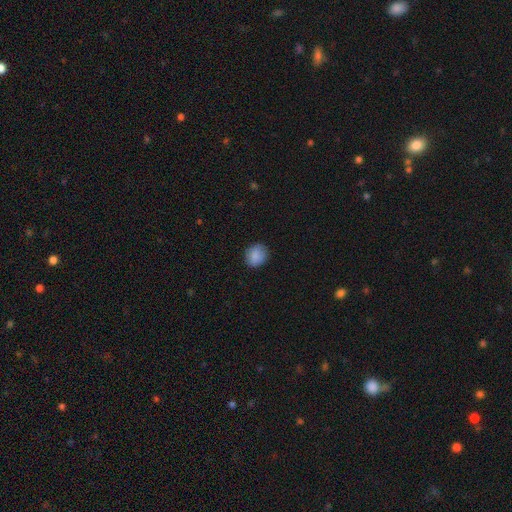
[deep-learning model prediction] smooth 87%, star or artifact 8%, featured or disk 5%. Down the decision tree: how rounded — round (74%); merging — none (84%).